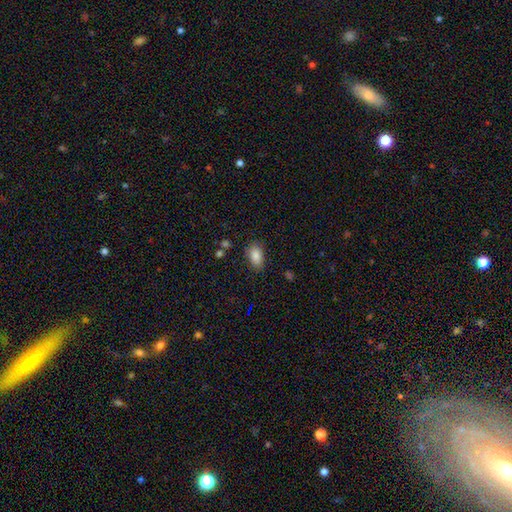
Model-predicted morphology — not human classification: Overall: smooth (86%). How rounded: in between (90%). Merging: none (80%).